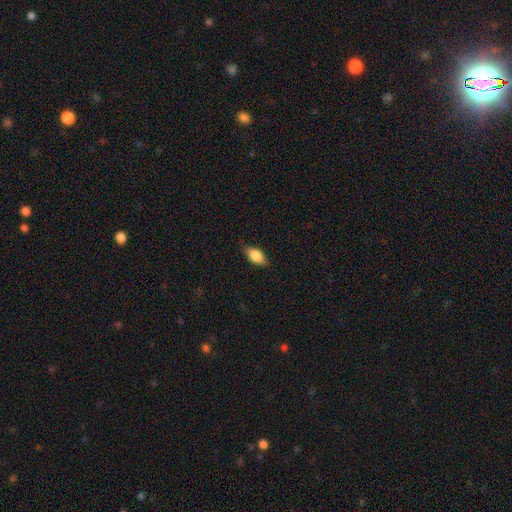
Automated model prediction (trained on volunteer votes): Smooth or featured? Predicted: smooth (p=0.83). How rounded? Predicted: in between (p=0.88). Merging? Predicted: none (p=0.81).